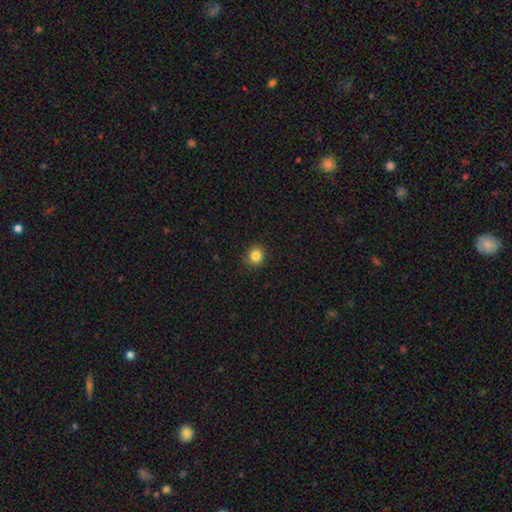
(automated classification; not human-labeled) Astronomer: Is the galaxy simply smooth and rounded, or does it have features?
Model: smooth — 84%.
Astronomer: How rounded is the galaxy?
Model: round — 90%.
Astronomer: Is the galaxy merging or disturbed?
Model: none — 92%.